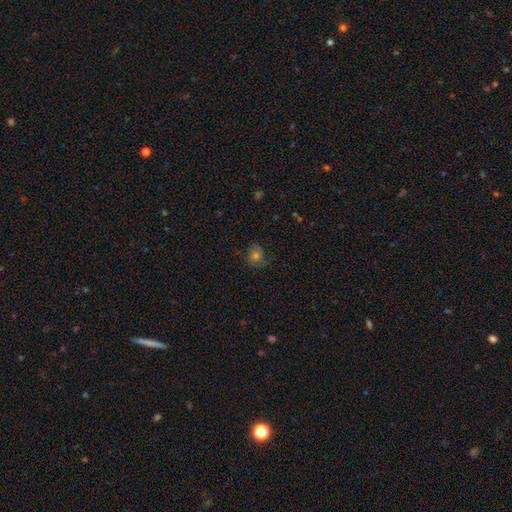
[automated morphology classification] This appears to be a smooth galaxy with no disk features (49%). Merging: none (71%).